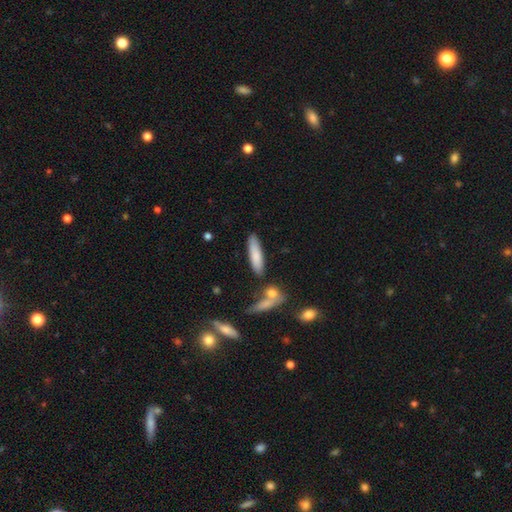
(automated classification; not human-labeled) Morphology: type=smooth (79%); roundness=cigar-shaped (73%); merging=none (78%).